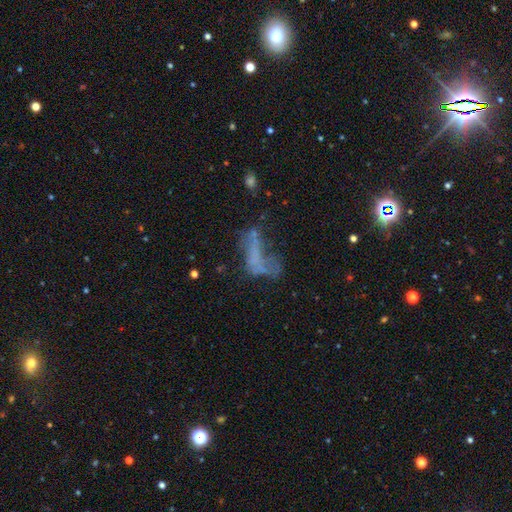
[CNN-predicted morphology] A featured or disk galaxy (43%).

Vote fractions:
- Smooth or featured? featured or disk: 43% / smooth: 32% / star or artifact: 25%
- Merging? major disturbance: 43% / none: 26% / minor disturbance: 16% / merger: 15%